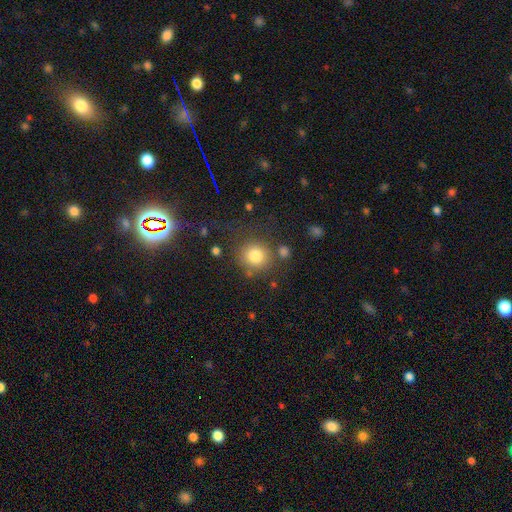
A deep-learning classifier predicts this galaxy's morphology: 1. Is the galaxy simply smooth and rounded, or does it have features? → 82% smooth, 11% star or artifact, 7% featured or disk.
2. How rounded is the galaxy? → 90% round, 10% in between, 1% cigar-shaped.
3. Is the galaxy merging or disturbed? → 75% none, 12% minor disturbance, 7% merger, 6% major disturbance.